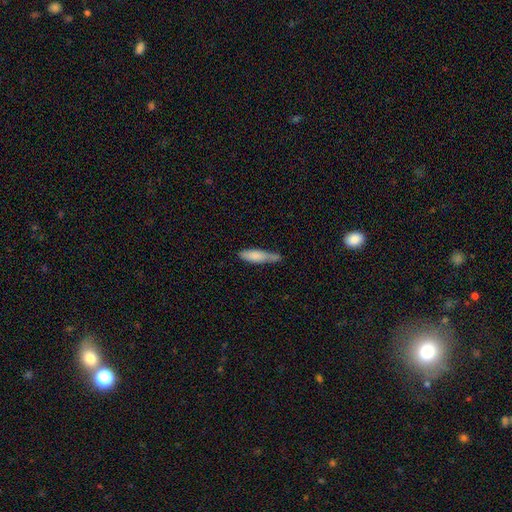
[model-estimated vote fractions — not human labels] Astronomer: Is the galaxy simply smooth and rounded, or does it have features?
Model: smooth — 79%.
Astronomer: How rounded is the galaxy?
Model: cigar-shaped — 63%.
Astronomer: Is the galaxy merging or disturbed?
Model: none — 51% (runner-up: minor disturbance, 33%).